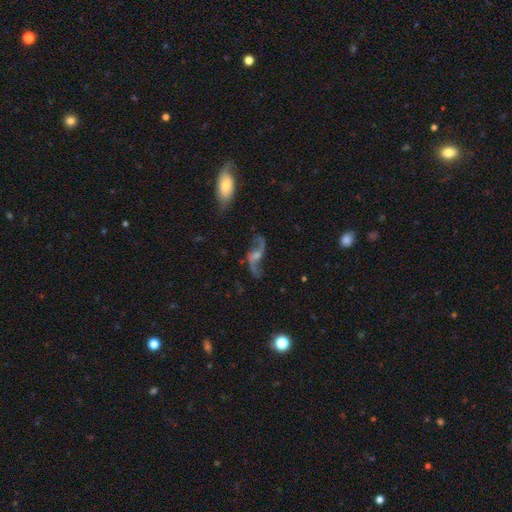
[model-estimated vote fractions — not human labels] This appears to be a featured or disk galaxy (87%) with no bar (47%), 2 (94%) loose (84%) spiral arms (96%) and a small central bulge (40%). Merging: none (75%).